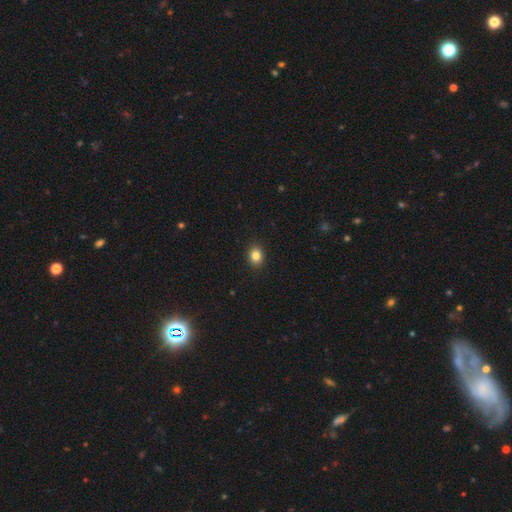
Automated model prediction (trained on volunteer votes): Smooth or featured?
  - smooth: 84% *
  - star or artifact: 10%
  - featured or disk: 6%
How rounded?
  - round: 51% *
  - in between: 48%
  - cigar-shaped: 1%
Merging?
  - none: 91% *
  - minor disturbance: 6%
  - major disturbance: 2%
  - merger: 1%